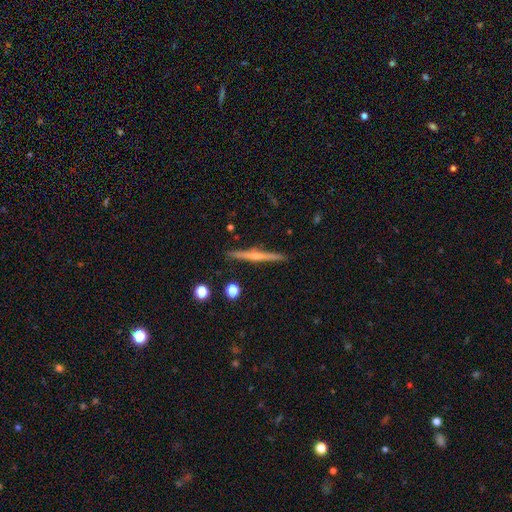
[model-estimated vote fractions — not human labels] featured or disk 69%, smooth 25%, star or artifact 6%. Down the decision tree: edge-on disk — yes (98%); edge-on bulge — rounded (68%); merging — none (91%).